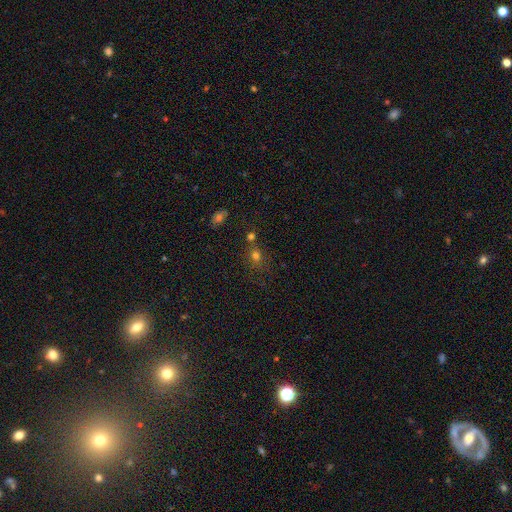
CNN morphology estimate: smooth_or_featured: smooth (p=0.63) [alt: star or artifact p=0.27]
how_rounded: round (p=0.69) [alt: in between p=0.30]
merging: none (p=0.63) [alt: merger p=0.19]